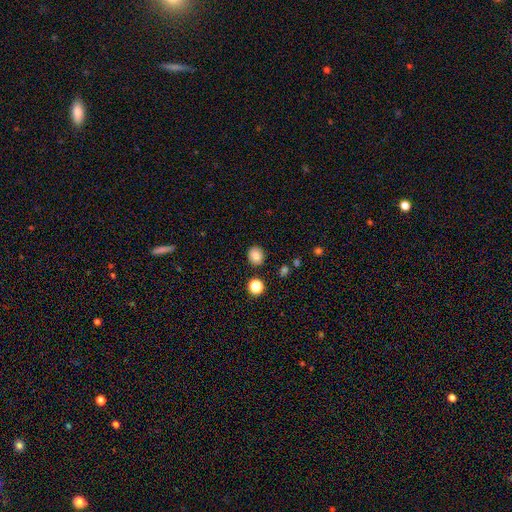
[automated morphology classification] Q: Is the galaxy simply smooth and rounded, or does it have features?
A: smooth — 83%.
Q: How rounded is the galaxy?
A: round — 72%.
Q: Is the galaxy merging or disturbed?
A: none — 87%.